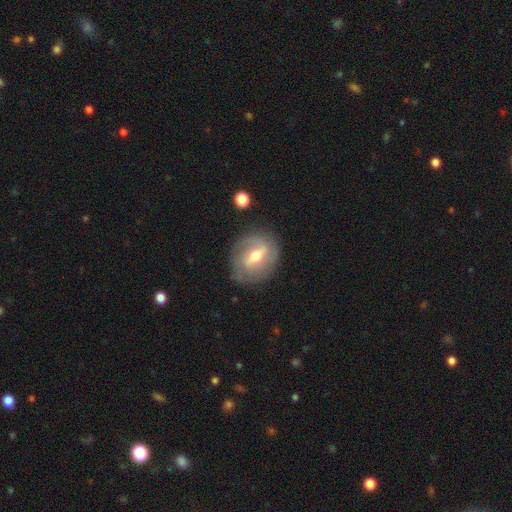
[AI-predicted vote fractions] Smooth or featured?
  - featured or disk: 68% *
  - smooth: 25%
  - star or artifact: 7%
Edge-on disk?
  - no: 93% *
  - yes: 7%
Bar?
  - weak: 46% *
  - strong: 38%
  - no: 16%
Spiral arms?
  - yes: 70% *
  - no: 30%
Bulge size?
  - moderate: 71% *
  - small: 20%
  - large: 7%
  - none: 1%
  - dominant: 1%
Merging?
  - none: 77% *
  - minor disturbance: 15%
  - major disturbance: 6%
  - merger: 2%